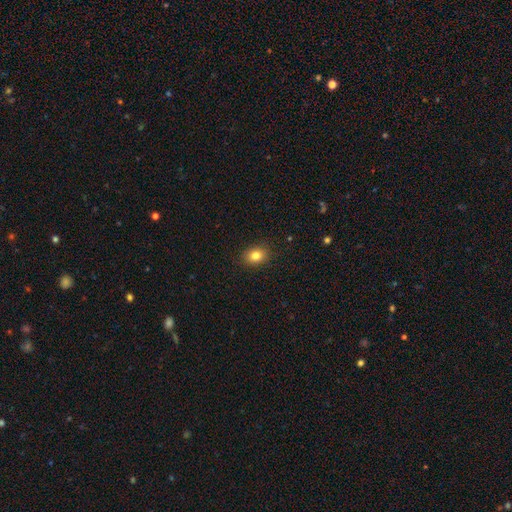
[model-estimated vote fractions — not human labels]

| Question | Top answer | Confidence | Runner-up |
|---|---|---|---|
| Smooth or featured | smooth | 83% | star or artifact (10%) |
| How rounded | in between | 61% | round (38%) |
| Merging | none | 89% | minor disturbance (8%) |